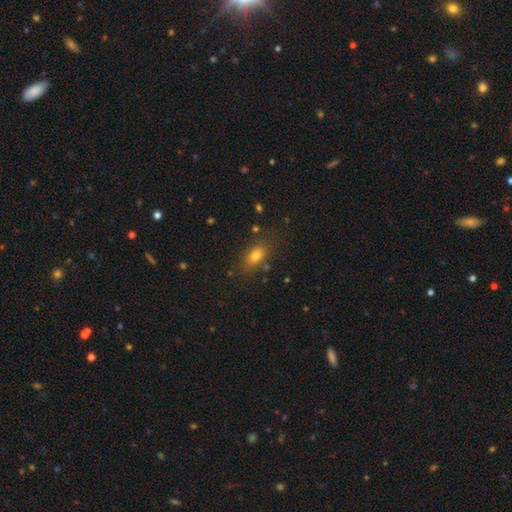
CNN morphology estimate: Q: Smooth or featured?
A: smooth (76%); runner-up: featured or disk (12%)
Q: How rounded?
A: in between (81%); runner-up: round (13%)
Q: Merging?
A: none (78%); runner-up: minor disturbance (14%)